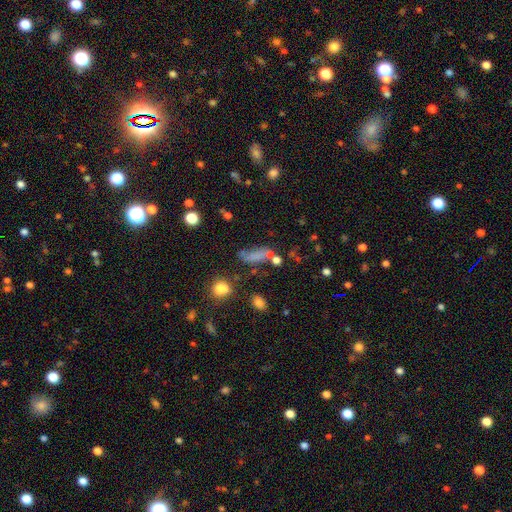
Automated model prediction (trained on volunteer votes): Smooth or featured? Predicted: smooth (p=0.61). How rounded? Predicted: in between (p=0.60). Merging? Predicted: none (p=0.36).